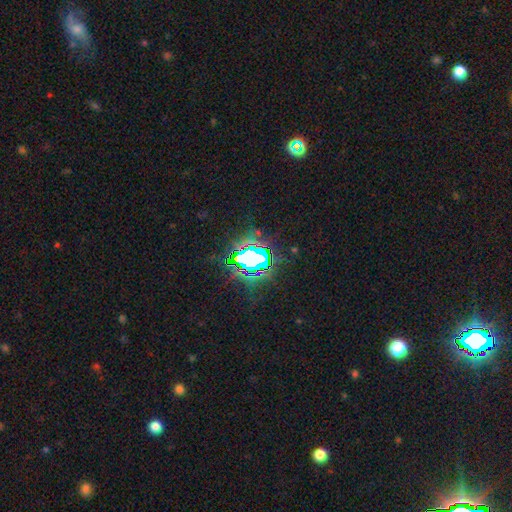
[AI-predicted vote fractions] A star or artifact, not a galaxy (72%).

Vote fractions:
- Smooth or featured? star or artifact: 72% / smooth: 15% / featured or disk: 12%